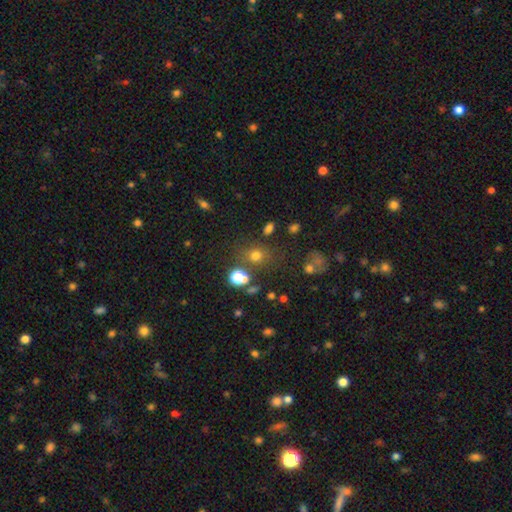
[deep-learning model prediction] Smooth or featured? Predicted: smooth (p=0.69). How rounded? Predicted: round (p=0.70). Merging? Predicted: none (p=0.72).